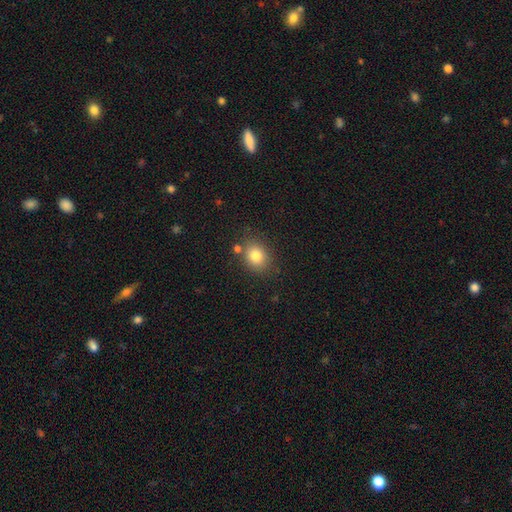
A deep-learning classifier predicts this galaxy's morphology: smooth 80%, star or artifact 11%, featured or disk 9%. Down the decision tree: how rounded — round (57%); merging — none (77%).